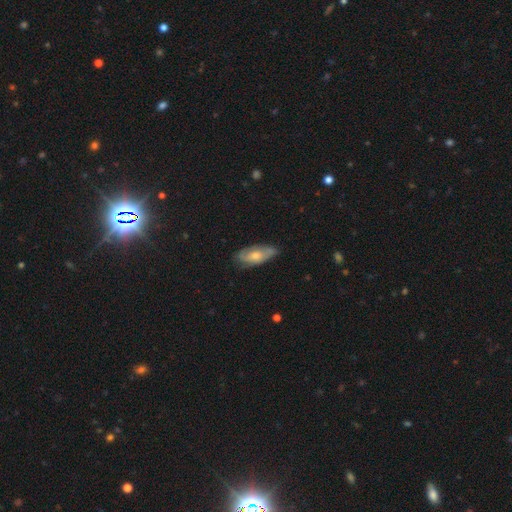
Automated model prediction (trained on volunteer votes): Smooth or featured? smooth (51%)
How rounded? in between (80%)
Merging? none (66%)